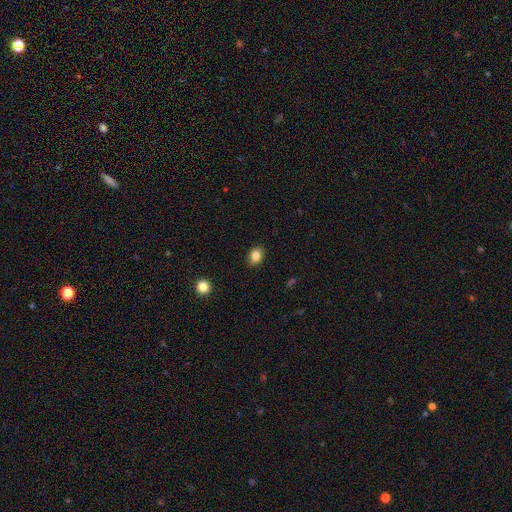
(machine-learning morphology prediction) This appears to be a smooth galaxy with no disk features (84%) that is in between round and cigar-shaped (58%). Merging: none (87%).